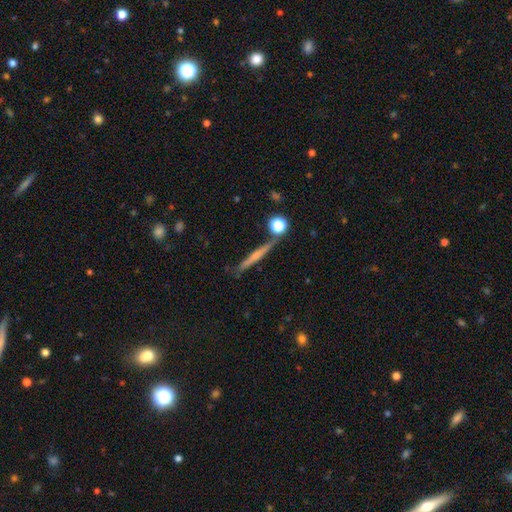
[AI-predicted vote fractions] smooth_or_featured: featured or disk (p=0.49) [alt: smooth p=0.42]
merging: none (p=0.78) [alt: minor disturbance p=0.12]